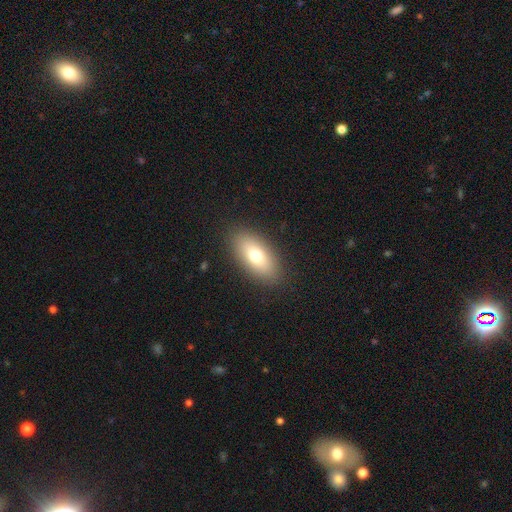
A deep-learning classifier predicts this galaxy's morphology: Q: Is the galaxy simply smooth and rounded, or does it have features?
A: smooth — 74%.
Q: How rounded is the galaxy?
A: in between — 88%.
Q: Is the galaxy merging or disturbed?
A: none — 88%.